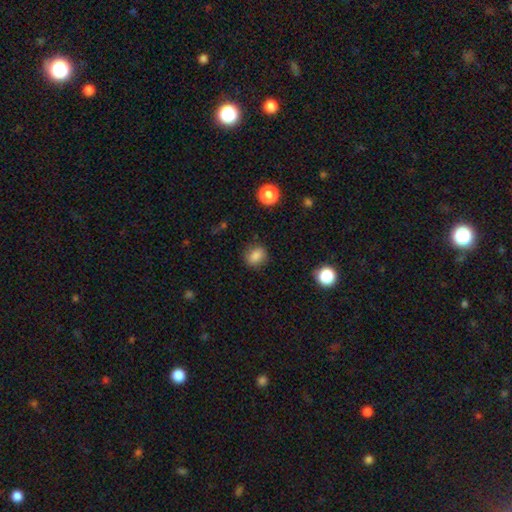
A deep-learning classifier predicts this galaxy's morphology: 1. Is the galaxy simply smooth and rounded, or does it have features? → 82% smooth, 11% star or artifact, 7% featured or disk.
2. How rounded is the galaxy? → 64% round, 35% in between, 1% cigar-shaped.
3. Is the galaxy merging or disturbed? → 81% none, 14% minor disturbance, 4% major disturbance, 1% merger.